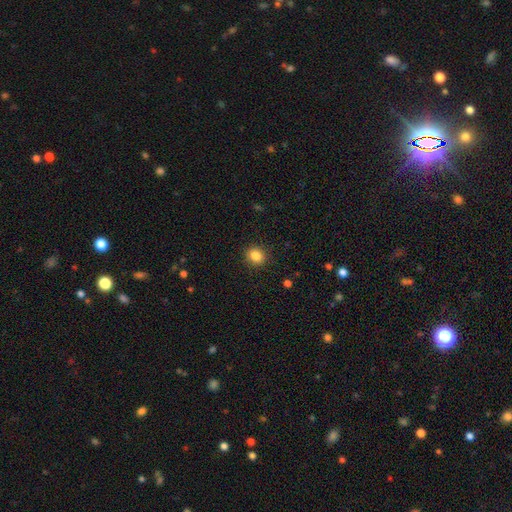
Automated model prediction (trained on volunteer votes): This appears to be a smooth galaxy with no disk features (85%) that is round (72%). Merging: none (90%).